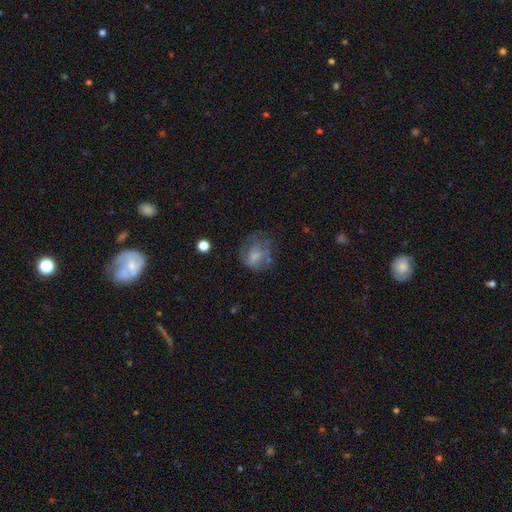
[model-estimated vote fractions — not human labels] Overall: smooth (52%; featured or disk 36%). How rounded: round (60%; in between 39%). Merging: none (43%; major disturbance 28%).